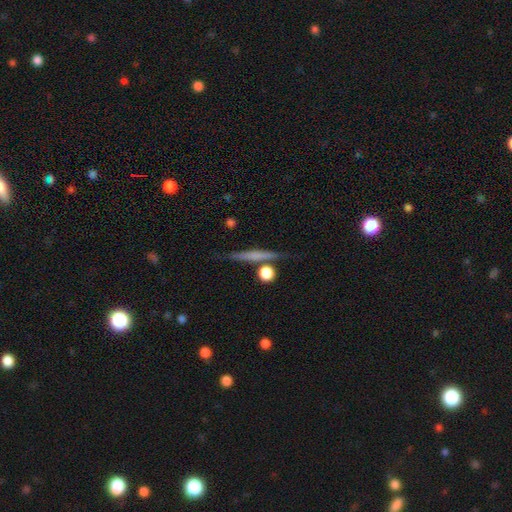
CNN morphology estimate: Smooth or featured? featured or disk (47%)
Merging? none (80%)